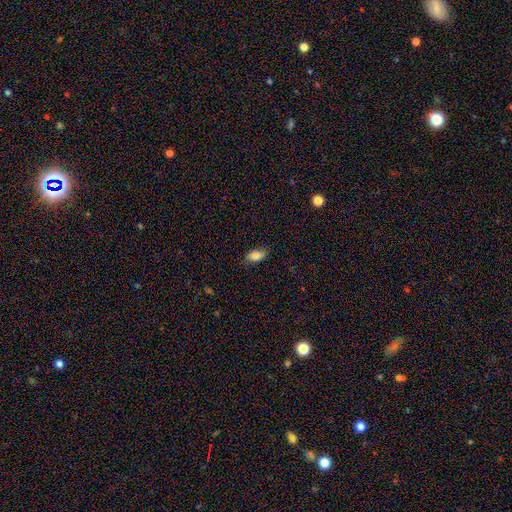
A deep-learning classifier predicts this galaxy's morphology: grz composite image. It shows a smooth galaxy with no disk features (81%) that is in between round and cigar-shaped (89%). Merging: none (80%).